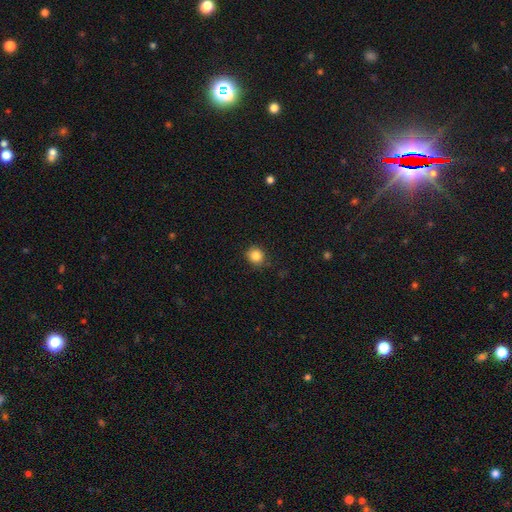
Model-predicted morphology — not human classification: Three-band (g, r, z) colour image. It shows a smooth galaxy with no disk features (85%) that is round (88%). Merging: none (87%).